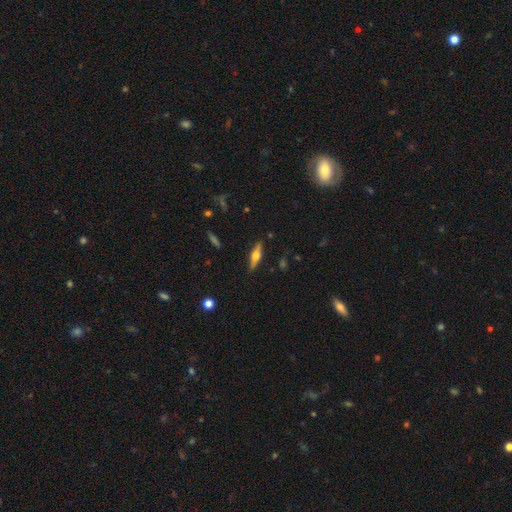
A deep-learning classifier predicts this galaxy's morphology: Smooth or featured: featured or disk — 62% (smooth — 32%)
Edge-on disk: yes — 95% (no — 5%)
Edge-on bulge: rounded — 92% (boxy — 6%)
Merging: none — 87% (minor disturbance — 9%)